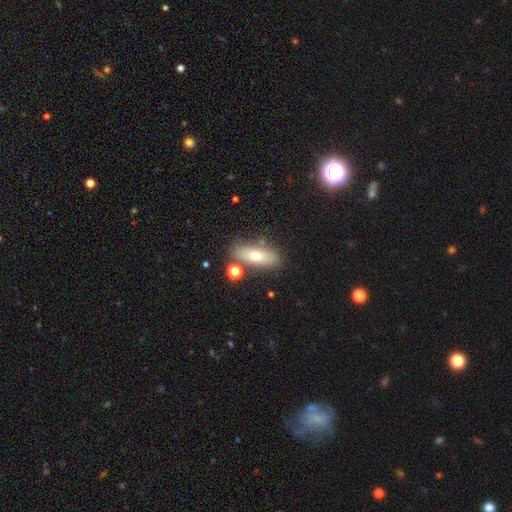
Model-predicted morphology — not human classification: The model was most divided on "how rounded": in between: 63%, cigar-shaped: 32%, round: 5%. More confident: merging — none (76%); smooth or featured — smooth (66%).